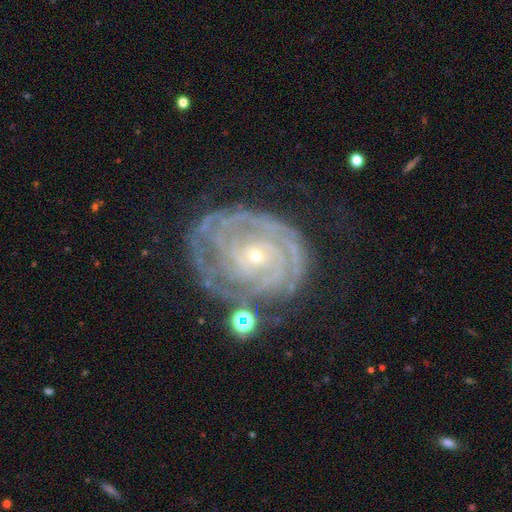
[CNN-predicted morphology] The model was most divided on "spiral arm count": can't tell: 34%, 2: 19%, 3: 17%, 4: 14%, more than 4: 9%, 1: 6%. More confident: edge-on disk — no (97%); spiral arms — yes (95%); smooth or featured — featured or disk (87%); spiral winding — tight (83%); bulge size — small (80%); bar — no (75%); merging — none (65%).